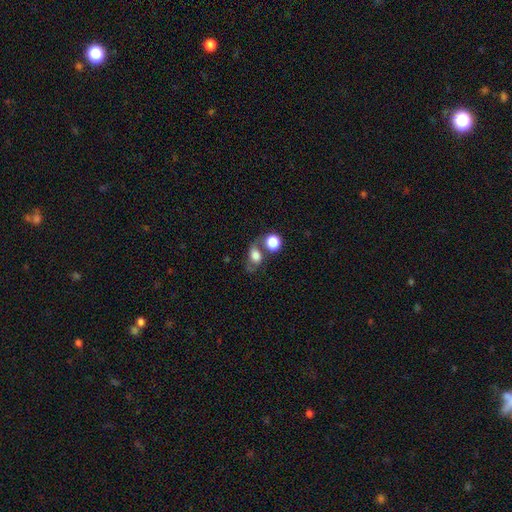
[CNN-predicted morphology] This is likely a smooth galaxy (67%). How rounded: possibly in between (57%). Merging: marginally none (41%).